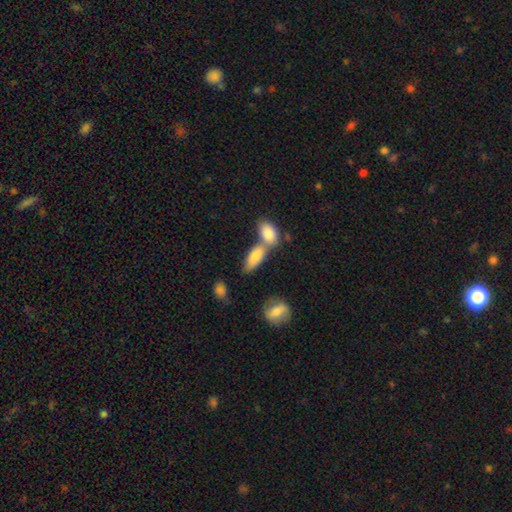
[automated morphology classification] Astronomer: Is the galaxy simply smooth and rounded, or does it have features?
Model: smooth — 76%.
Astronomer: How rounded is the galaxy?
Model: in between — 80%.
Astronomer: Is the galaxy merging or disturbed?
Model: merger — 47% (runner-up: none, 39%).